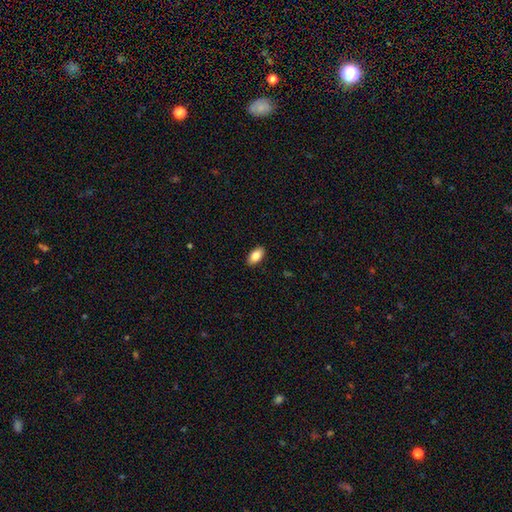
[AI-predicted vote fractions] A smooth galaxy with no disk features (85%) that is in between round and cigar-shaped (92%). Merging: none (90%).